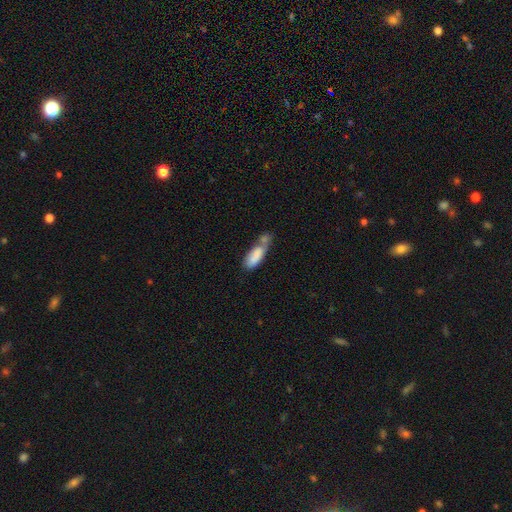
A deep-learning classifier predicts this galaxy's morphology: Overall: smooth (79%). How rounded: in between (66%; cigar-shaped 32%). Merging: merger (51%; none 23%).